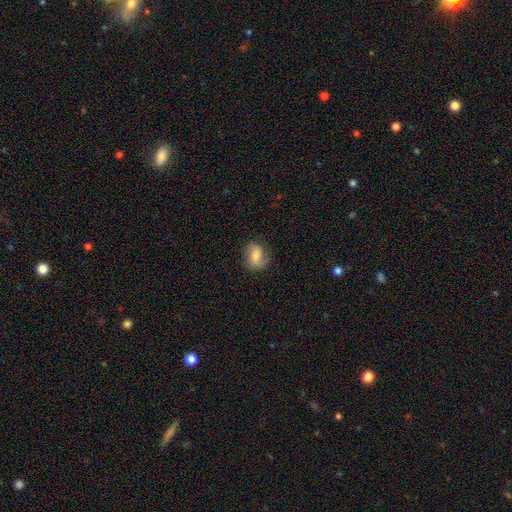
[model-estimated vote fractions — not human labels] A featured or disk galaxy (49%). Merging: none (76%).